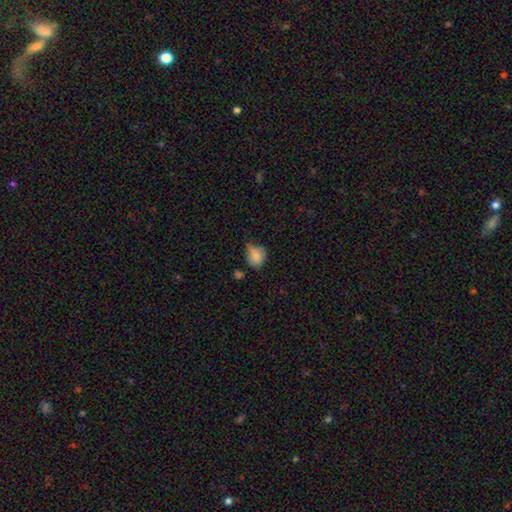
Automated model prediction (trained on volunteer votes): Smooth or featured: smooth — 81% (star or artifact — 10%)
How rounded: round — 57% (in between — 42%)
Merging: minor disturbance — 43% (none — 40%)